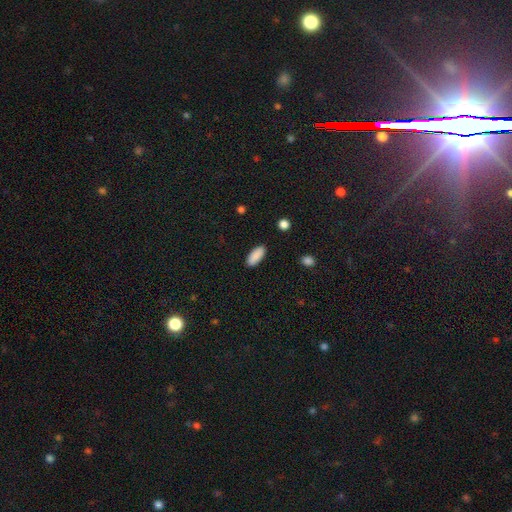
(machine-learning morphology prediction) Q: Smooth or featured?
A: smooth (90%); runner-up: star or artifact (7%)
Q: How rounded?
A: in between (84%); runner-up: cigar-shaped (14%)
Q: Merging?
A: none (89%); runner-up: minor disturbance (8%)